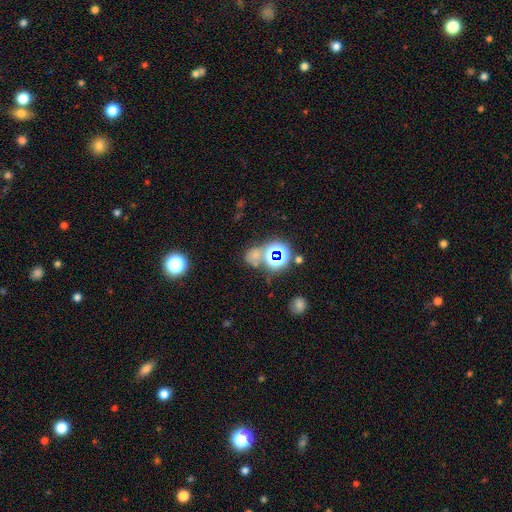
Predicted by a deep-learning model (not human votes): Q: Smooth or featured?
A: star or artifact (49%); runner-up: smooth (41%)